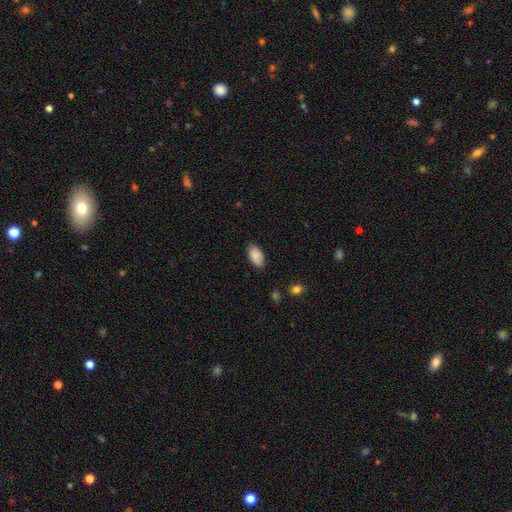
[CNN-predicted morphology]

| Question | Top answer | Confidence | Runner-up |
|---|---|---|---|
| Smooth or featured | smooth | 87% | star or artifact (7%) |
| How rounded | in between | 94% | round (3%) |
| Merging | none | 83% | minor disturbance (13%) |